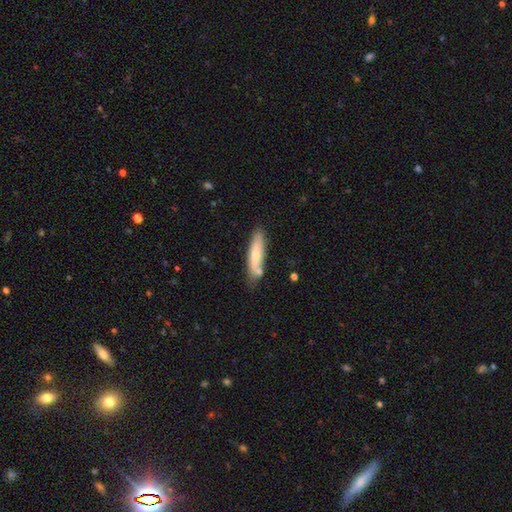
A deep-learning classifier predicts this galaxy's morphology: A smooth galaxy with no disk features (68%) that is cigar-shaped (79%).

Vote fractions:
- Smooth or featured? smooth: 68% / featured or disk: 26% / star or artifact: 6%
- How rounded? cigar-shaped: 79% / in between: 20% / round: 1%
- Merging? none: 73% / minor disturbance: 16% / merger: 8% / major disturbance: 3%